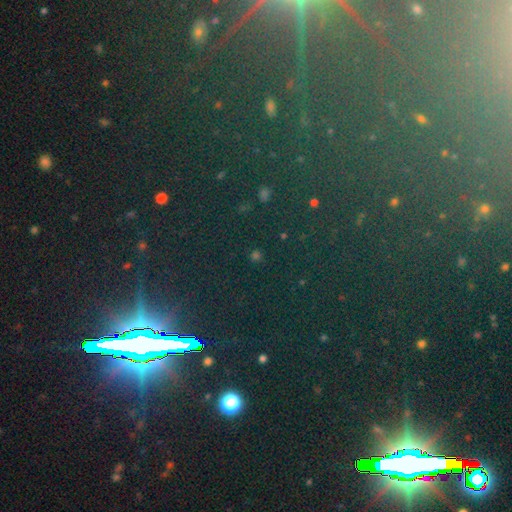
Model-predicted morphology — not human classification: type=star or artifact (80%).